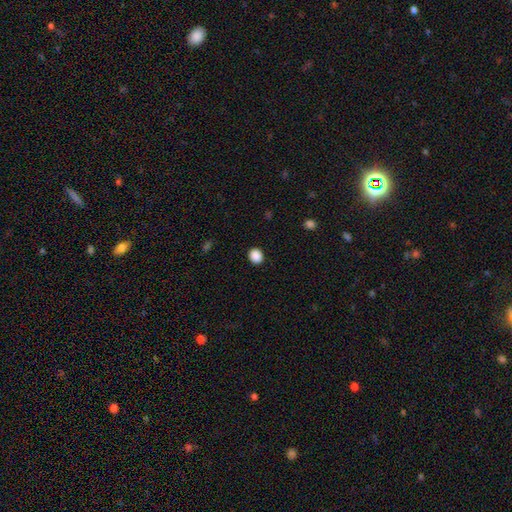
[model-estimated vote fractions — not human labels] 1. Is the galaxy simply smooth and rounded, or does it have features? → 89% smooth, 9% star or artifact, 2% featured or disk.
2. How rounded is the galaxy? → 67% round, 32% in between, 1% cigar-shaped.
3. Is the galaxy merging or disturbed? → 91% none, 6% minor disturbance, 2% major disturbance, 1% merger.